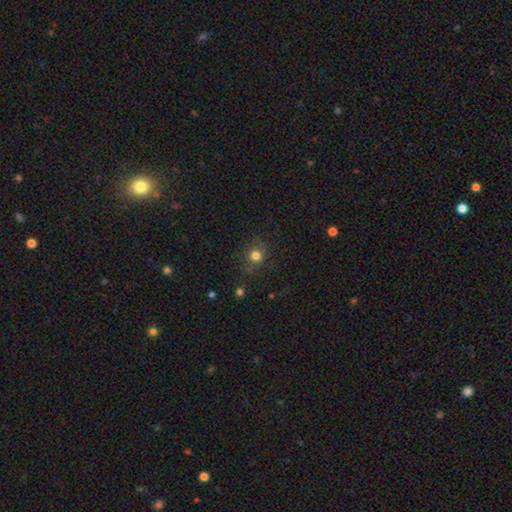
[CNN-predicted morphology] The model was most divided on "smooth or featured": smooth: 78%, star or artifact: 16%, featured or disk: 6%. More confident: how rounded — round (89%); merging — none (84%).